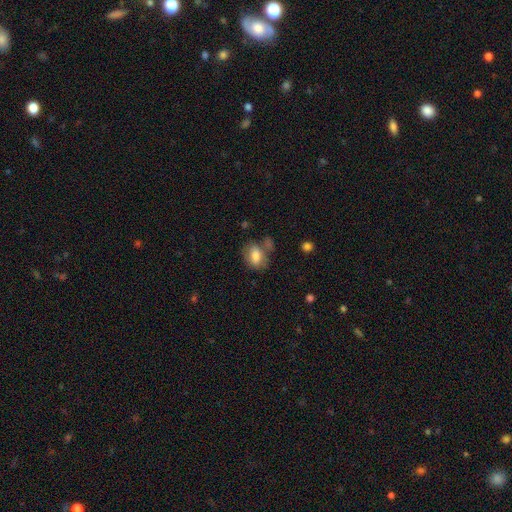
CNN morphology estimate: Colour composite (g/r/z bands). It shows a smooth galaxy with no disk features (75%) that is in between round and cigar-shaped (79%). Merging: none (53%).